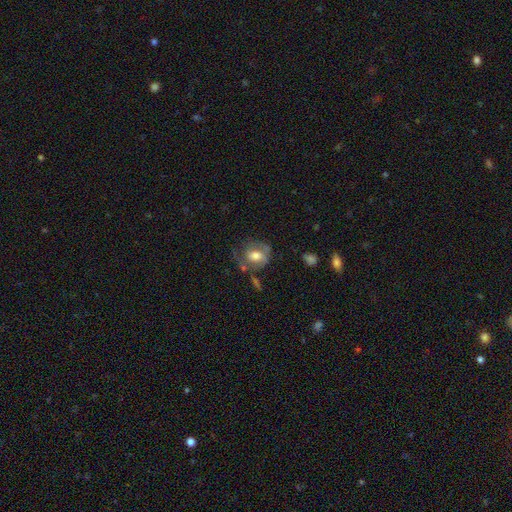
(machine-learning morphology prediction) This is possibly a smooth galaxy (51%). How rounded: possibly round (54%). Merging: possibly none (46%).